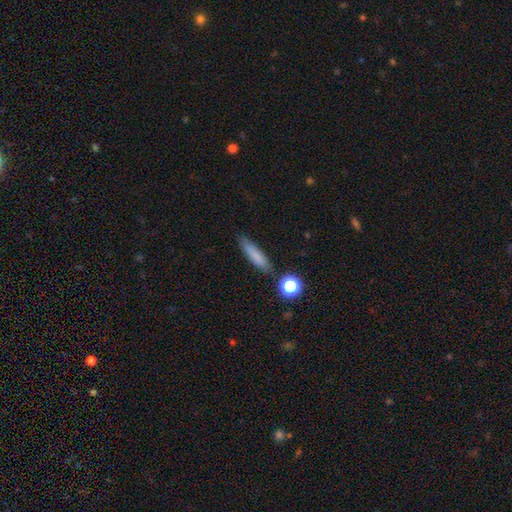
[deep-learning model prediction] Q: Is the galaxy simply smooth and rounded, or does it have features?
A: smooth — 76%.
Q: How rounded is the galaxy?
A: cigar-shaped — 77%.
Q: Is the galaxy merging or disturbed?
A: none — 79%.